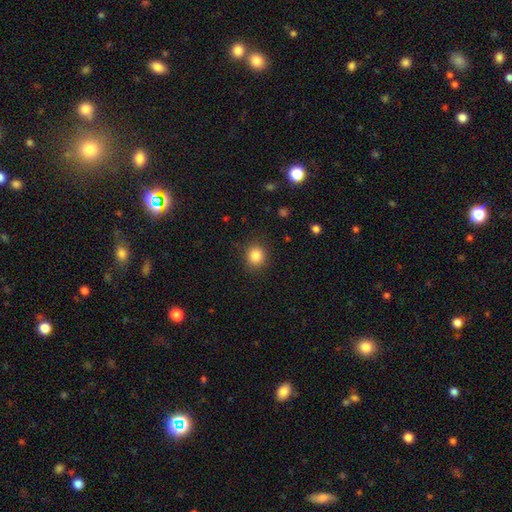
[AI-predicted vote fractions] smooth_or_featured: smooth (p=0.84) [alt: star or artifact p=0.11]
how_rounded: round (p=0.85) [alt: in between p=0.14]
merging: none (p=0.88) [alt: minor disturbance p=0.08]